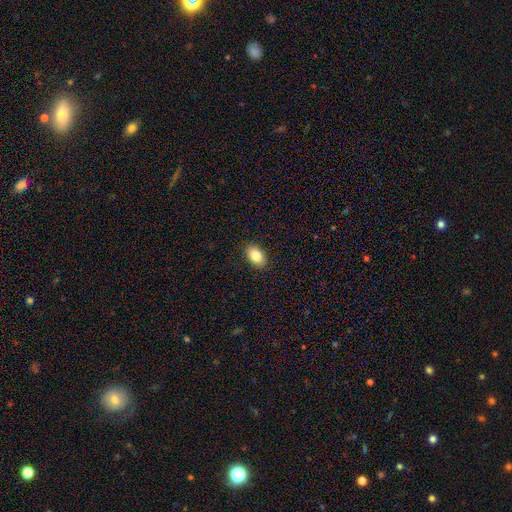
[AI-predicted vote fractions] A smooth galaxy with no disk features (84%) that is in between round and cigar-shaped (90%). Merging: none (89%).